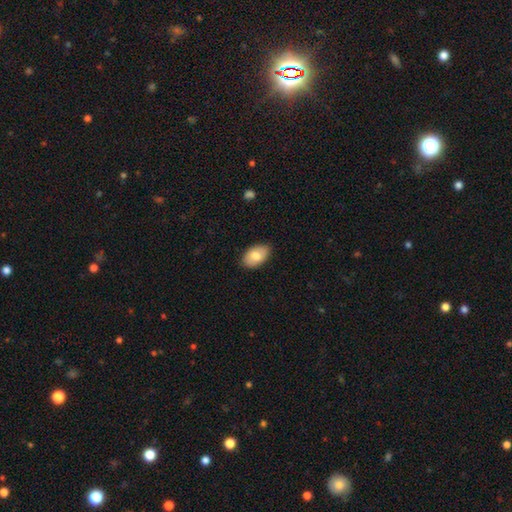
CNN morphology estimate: Smooth or featured?
  - smooth: 78% *
  - featured or disk: 16%
  - star or artifact: 6%
How rounded?
  - in between: 93% *
  - round: 6%
  - cigar-shaped: 1%
Merging?
  - none: 85% *
  - minor disturbance: 12%
  - major disturbance: 2%
  - merger: 1%